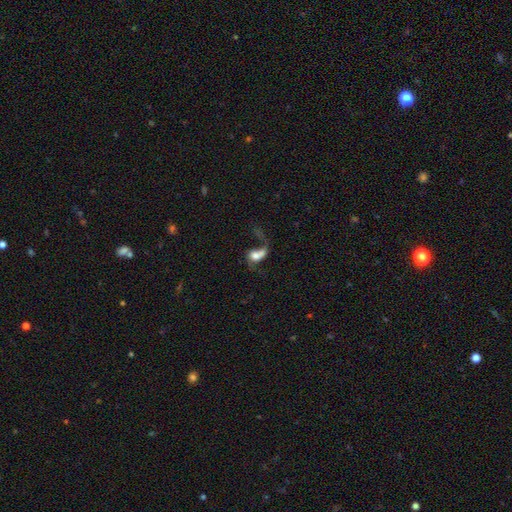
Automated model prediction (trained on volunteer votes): smooth-or-featured: smooth: 51% | featured or disk: 37% | star or artifact: 11%
  how-rounded: in between: 61% | round: 35% | cigar-shaped: 3%
  merging: merger: 48% | major disturbance: 28% | none: 16% | minor disturbance: 9%